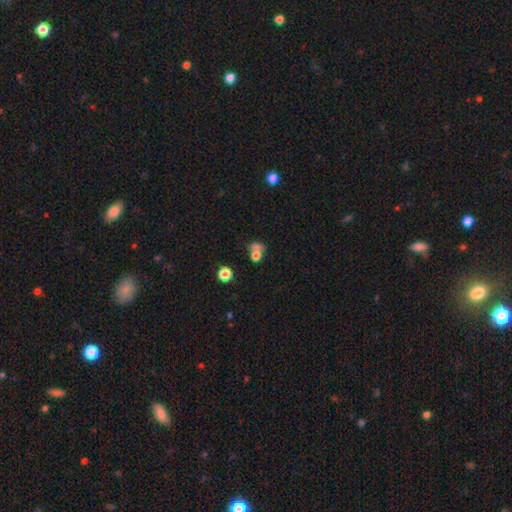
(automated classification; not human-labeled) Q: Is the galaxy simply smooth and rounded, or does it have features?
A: smooth — 65%.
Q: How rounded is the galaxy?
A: round — 70%.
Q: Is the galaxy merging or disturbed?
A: none — 43%.